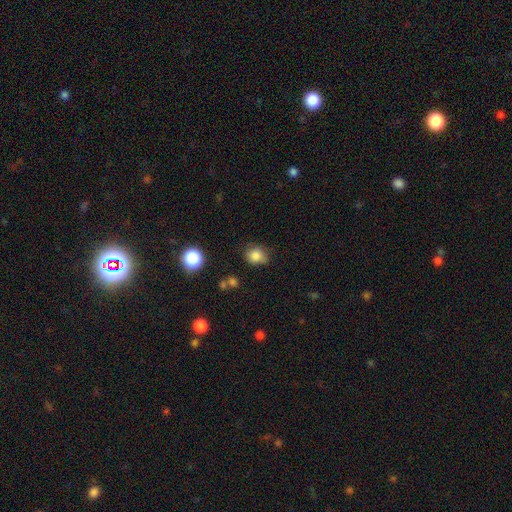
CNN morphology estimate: A smooth galaxy with no disk features (83%) that is round (66%). Merging: none (69%).